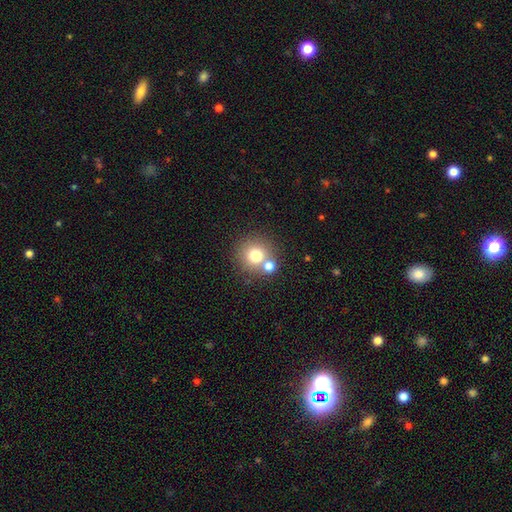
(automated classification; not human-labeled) Q: Smooth or featured?
A: smooth (73%); runner-up: featured or disk (13%)
Q: How rounded?
A: round (92%); runner-up: in between (7%)
Q: Merging?
A: none (63%); runner-up: merger (27%)